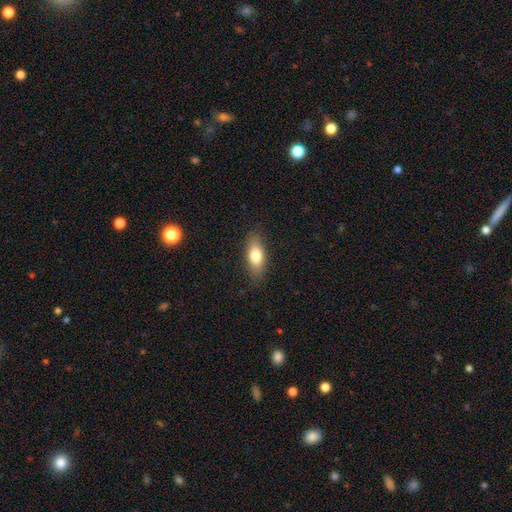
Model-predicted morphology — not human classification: A smooth galaxy with no disk features (77%) that is in between round and cigar-shaped (76%).

Vote fractions:
- Smooth or featured? smooth: 77% / featured or disk: 16% / star or artifact: 7%
- How rounded? in between: 76% / cigar-shaped: 20% / round: 4%
- Merging? none: 85% / minor disturbance: 11% / major disturbance: 3% / merger: 1%